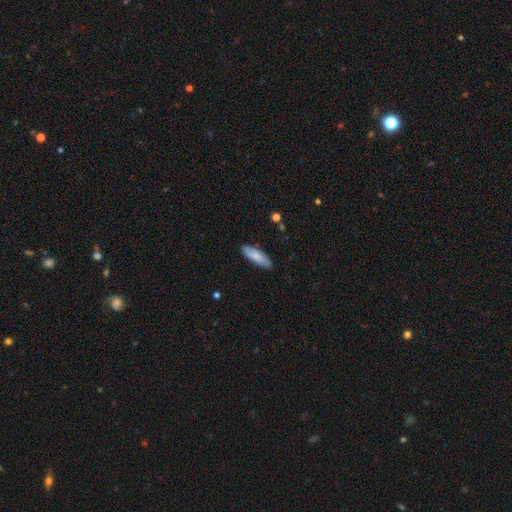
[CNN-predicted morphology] smooth_or_featured: smooth (p=0.80) [alt: featured or disk p=0.15]
how_rounded: in between (p=0.50) [alt: cigar-shaped p=0.49]
merging: none (p=0.85) [alt: minor disturbance p=0.12]